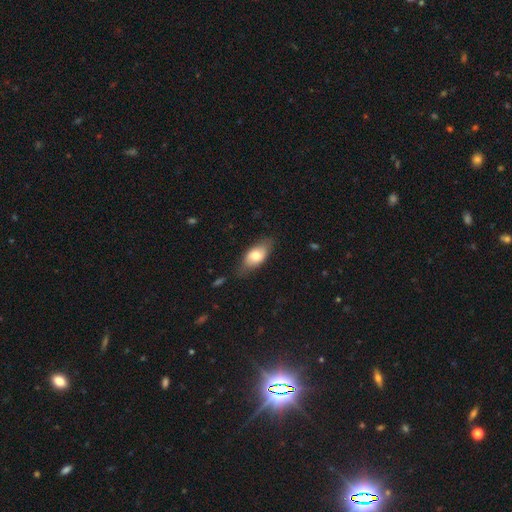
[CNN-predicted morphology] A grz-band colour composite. It shows a smooth galaxy with no disk features (71%) that is in between round and cigar-shaped (88%). Merging: none (72%).